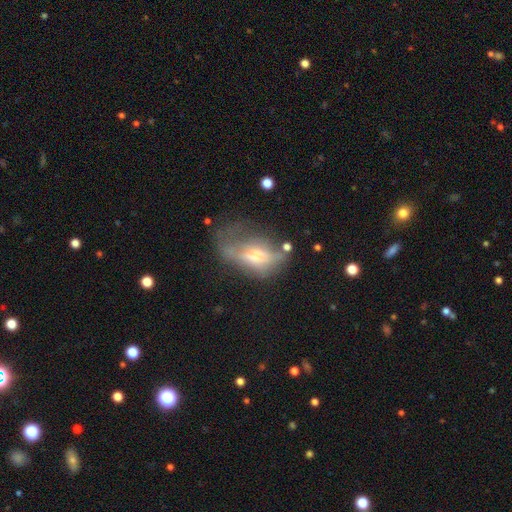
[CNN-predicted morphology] This appears to be a featured or disk galaxy (46%). Merging: major disturbance (43%).